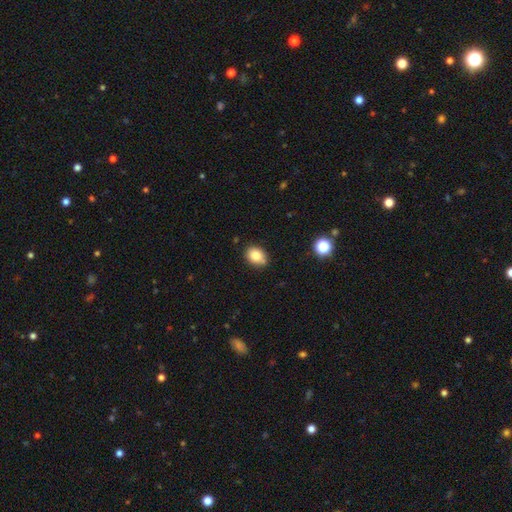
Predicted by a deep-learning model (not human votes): The model was most divided on "how rounded": in between: 63%, round: 36%, cigar-shaped: 1%. More confident: smooth or featured — smooth (84%); merging — none (77%).